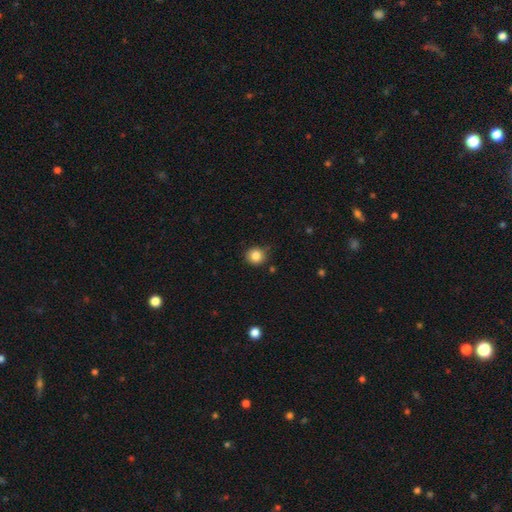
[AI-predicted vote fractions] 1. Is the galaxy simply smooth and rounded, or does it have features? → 84% smooth, 11% star or artifact, 5% featured or disk.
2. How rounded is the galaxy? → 88% round, 11% in between, 1% cigar-shaped.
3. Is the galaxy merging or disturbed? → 83% none, 12% minor disturbance, 2% major disturbance, 2% merger.